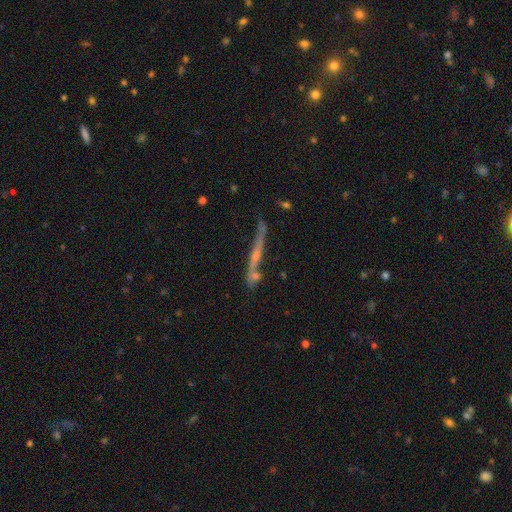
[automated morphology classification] This is possibly a featured or disk galaxy (60%). It is clearly viewed edge-on (88%). Edge-on bulge: possibly rounded (55%). Merging: likely none (65%).